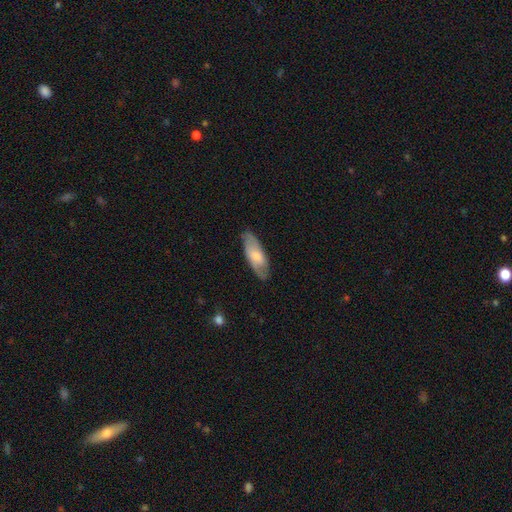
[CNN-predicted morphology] smooth-or-featured: smooth: 60% | featured or disk: 35% | star or artifact: 6%
  how-rounded: in between: 75% | cigar-shaped: 23% | round: 2%
  merging: none: 79% | minor disturbance: 17% | major disturbance: 4% | merger: 1%